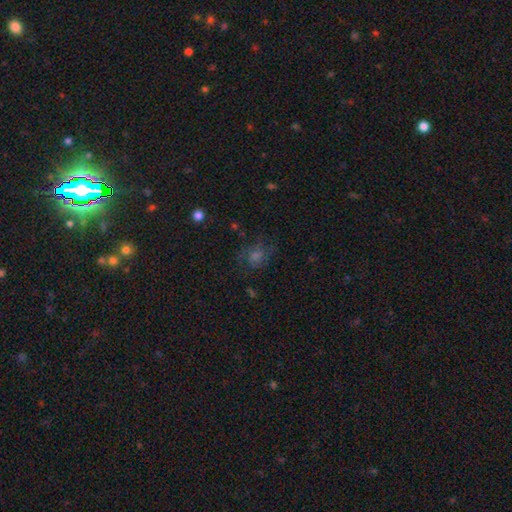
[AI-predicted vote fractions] Smooth or featured?
  - featured or disk: 42% *
  - smooth: 30%
  - star or artifact: 29%
Merging?
  - none: 70% *
  - minor disturbance: 17%
  - major disturbance: 11%
  - merger: 2%